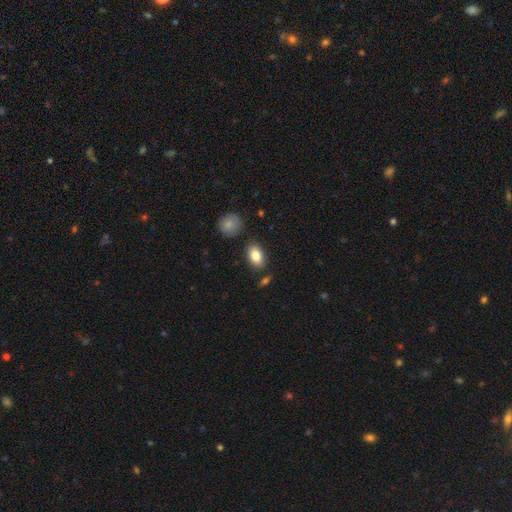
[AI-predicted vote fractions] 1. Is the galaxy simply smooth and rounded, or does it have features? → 83% smooth, 10% featured or disk, 7% star or artifact.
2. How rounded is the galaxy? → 89% in between, 9% round, 2% cigar-shaped.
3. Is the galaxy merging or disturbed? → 83% none, 10% minor disturbance, 4% merger, 3% major disturbance.